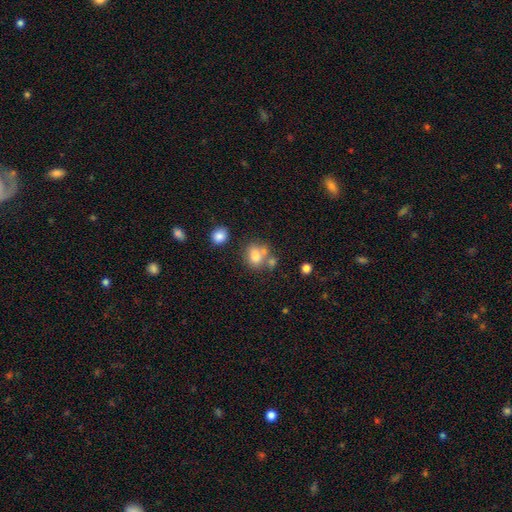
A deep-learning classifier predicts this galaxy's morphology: Q: Smooth or featured?
A: smooth (76%); runner-up: featured or disk (12%)
Q: How rounded?
A: in between (54%); runner-up: round (45%)
Q: Merging?
A: none (48%); runner-up: merger (31%)